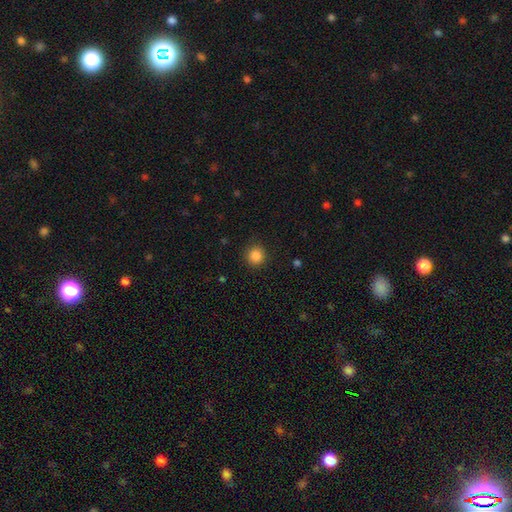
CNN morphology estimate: Smooth or featured: smooth — 86% (star or artifact — 11%)
How rounded: round — 92% (in between — 7%)
Merging: none — 89% (minor disturbance — 7%)